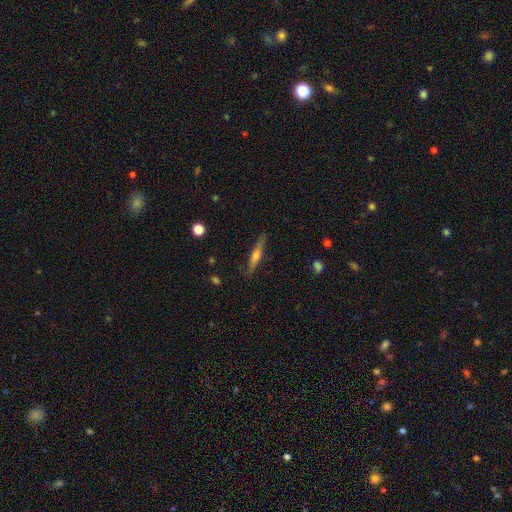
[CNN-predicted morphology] Smooth or featured?
  - featured or disk: 62% *
  - smooth: 31%
  - star or artifact: 7%
Edge-on disk?
  - yes: 96% *
  - no: 4%
Edge-on bulge?
  - rounded: 83% *
  - none: 11%
  - boxy: 7%
Merging?
  - none: 88% *
  - minor disturbance: 9%
  - major disturbance: 2%
  - merger: 1%